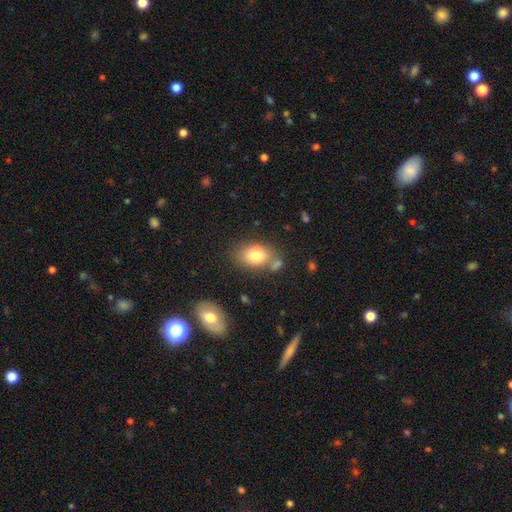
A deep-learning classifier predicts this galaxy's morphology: smooth 80%, featured or disk 12%, star or artifact 8%. Down the decision tree: how rounded — in between (80%); merging — none (61%).